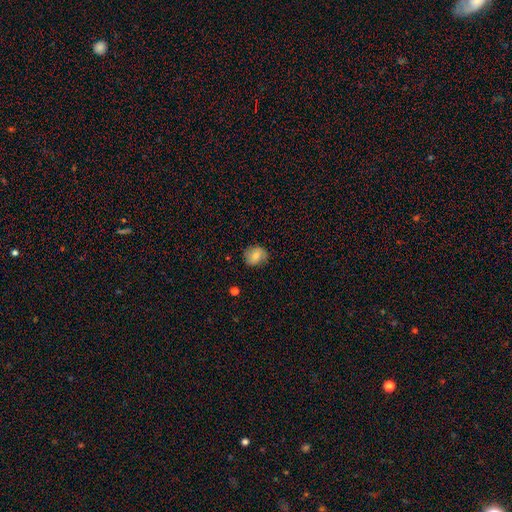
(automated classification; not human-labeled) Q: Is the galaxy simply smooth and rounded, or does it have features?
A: smooth — 68%.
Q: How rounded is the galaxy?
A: round — 70%.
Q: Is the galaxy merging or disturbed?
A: none — 75%.